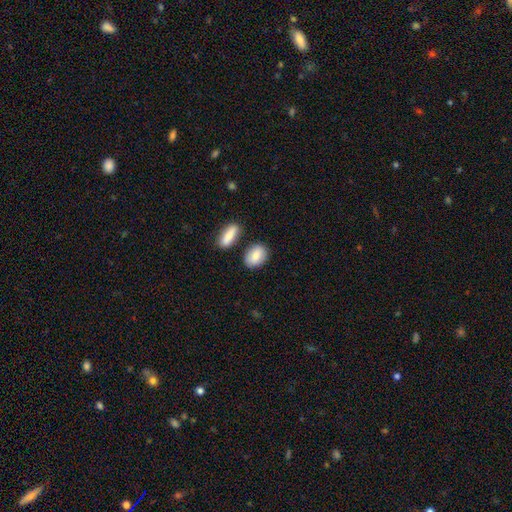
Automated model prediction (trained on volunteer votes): smooth 82%, featured or disk 12%, star or artifact 6%. Down the decision tree: how rounded — in between (75%); merging — none (75%).